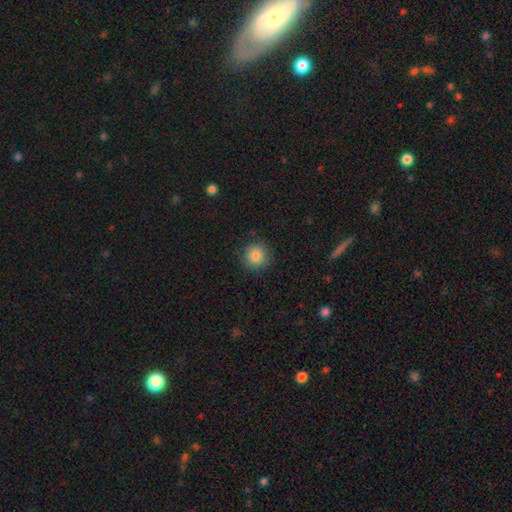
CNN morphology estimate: Smooth or featured? Predicted: smooth (p=0.83). How rounded? Predicted: round (p=0.93). Merging? Predicted: none (p=0.88).